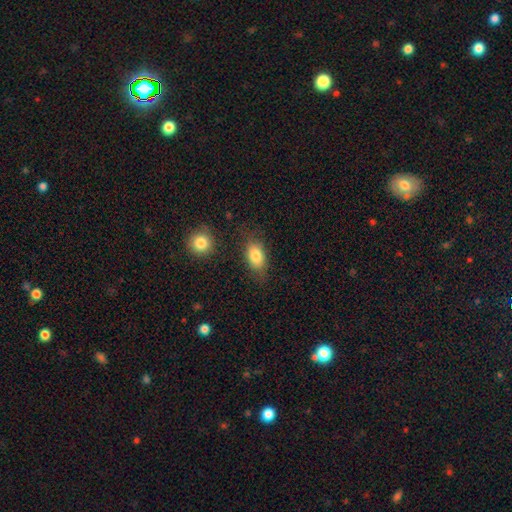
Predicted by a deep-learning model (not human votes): A smooth galaxy with no disk features (82%) that is in between round and cigar-shaped (84%). Merging: none (73%).